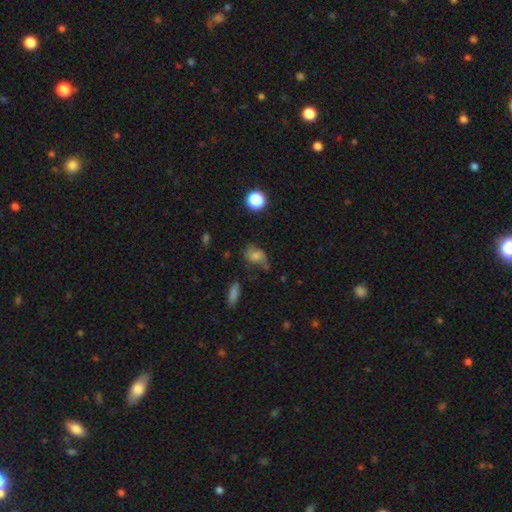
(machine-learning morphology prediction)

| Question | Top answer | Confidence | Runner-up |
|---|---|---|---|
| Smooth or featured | smooth | 61% | featured or disk (26%) |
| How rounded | in between | 69% | round (29%) |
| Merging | none | 43% | minor disturbance (33%) |